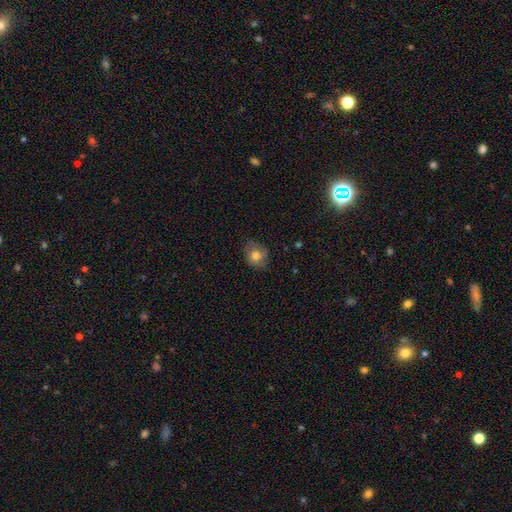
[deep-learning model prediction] Q: Smooth or featured?
A: smooth (73%); runner-up: featured or disk (18%)
Q: How rounded?
A: round (56%); runner-up: in between (43%)
Q: Merging?
A: none (68%); runner-up: minor disturbance (24%)